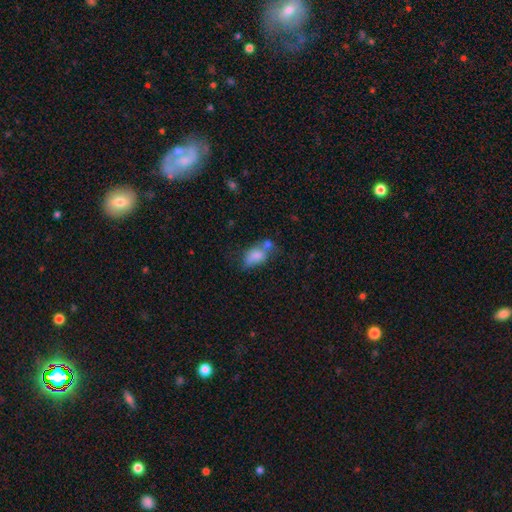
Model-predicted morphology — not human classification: A smooth galaxy with no disk features (73%) that is in between round and cigar-shaped (84%).

Vote fractions:
- Smooth or featured? smooth: 73% / featured or disk: 16% / star or artifact: 10%
- How rounded? in between: 84% / round: 12% / cigar-shaped: 4%
- Merging? merger: 34% / none: 27% / minor disturbance: 22% / major disturbance: 16%